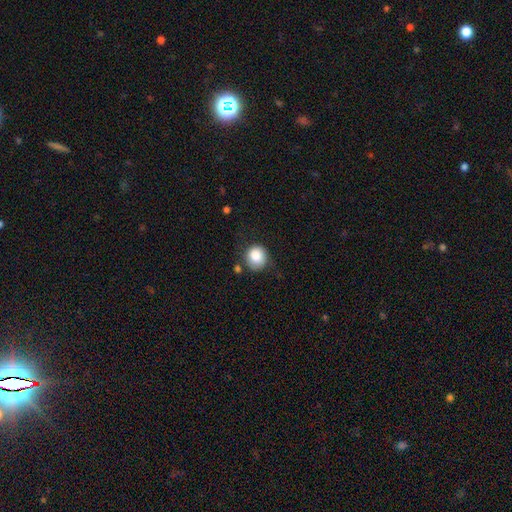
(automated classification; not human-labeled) Q: Smooth or featured?
A: smooth (85%); runner-up: star or artifact (8%)
Q: How rounded?
A: round (86%); runner-up: in between (13%)
Q: Merging?
A: none (68%); runner-up: minor disturbance (21%)